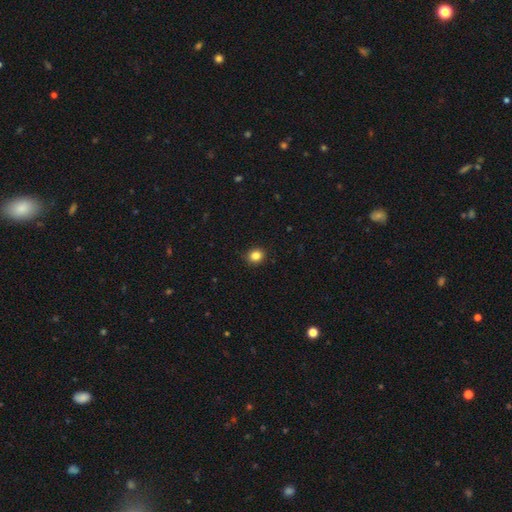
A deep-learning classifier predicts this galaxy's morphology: This is clearly a smooth galaxy (85%). How rounded: likely round (74%). Merging: clearly none (90%).